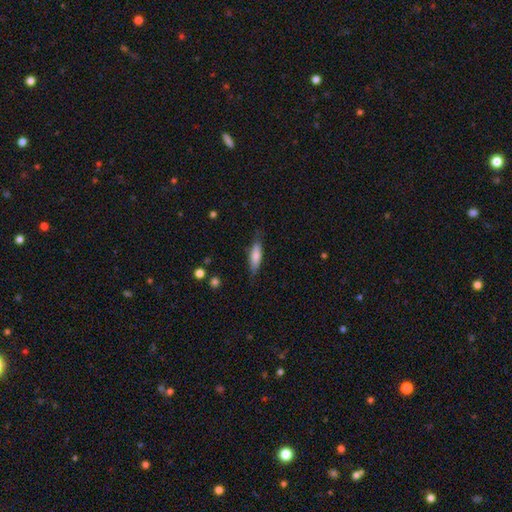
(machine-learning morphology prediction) Smooth or featured: smooth — 74% (featured or disk — 20%)
How rounded: cigar-shaped — 58% (in between — 40%)
Merging: none — 78% (minor disturbance — 17%)